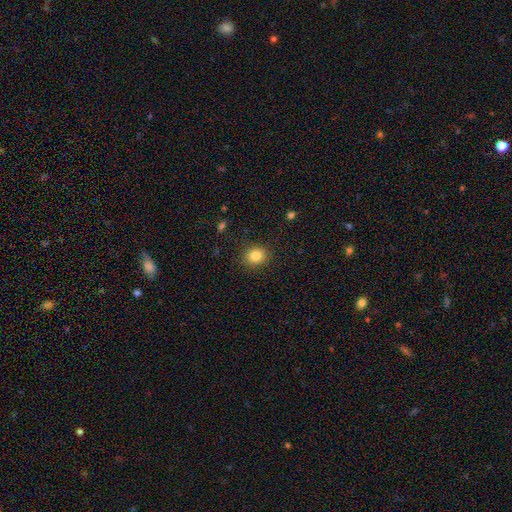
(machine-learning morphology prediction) A smooth galaxy with no disk features (84%) that is round (73%). Merging: none (88%).